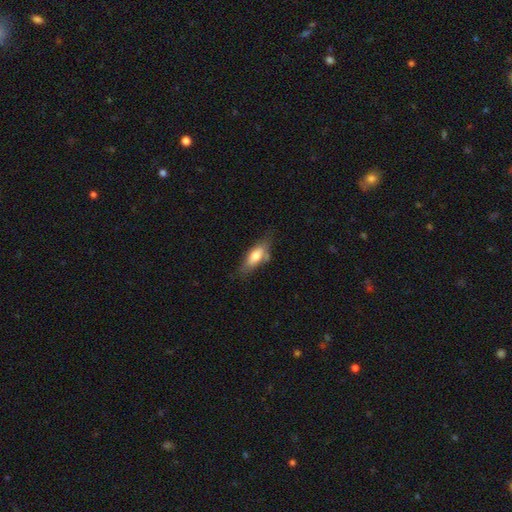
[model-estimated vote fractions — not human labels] This is likely a smooth galaxy (68%). How rounded: likely in between (69%). Merging: possibly none (58%).